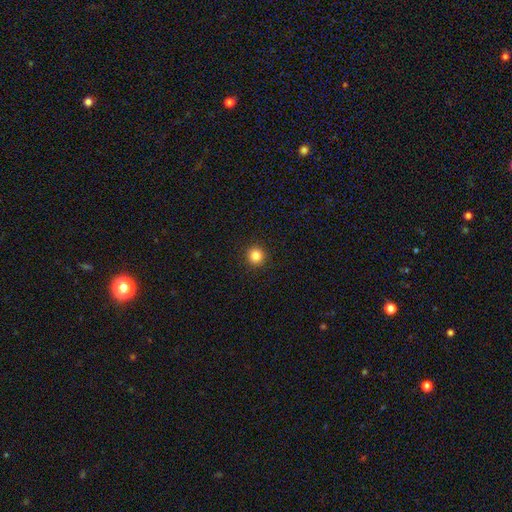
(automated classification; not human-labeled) A smooth galaxy with no disk features (84%) that is round (95%).

Vote fractions:
- Smooth or featured? smooth: 84% / star or artifact: 12% / featured or disk: 4%
- How rounded? round: 95% / in between: 4% / cigar-shaped: 1%
- Merging? none: 94% / minor disturbance: 4% / major disturbance: 2% / merger: 1%